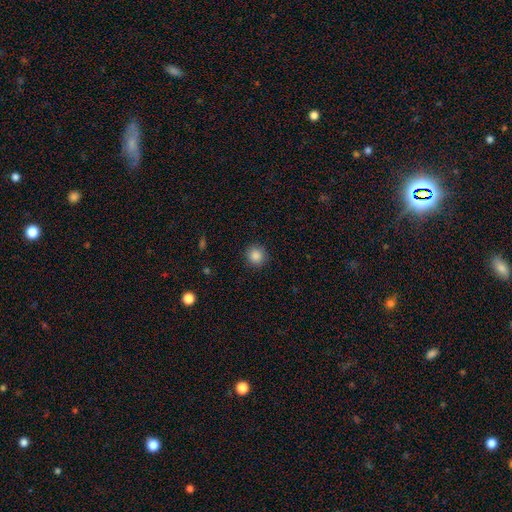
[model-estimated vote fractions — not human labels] Smooth or featured? smooth (87%)
How rounded? round (93%)
Merging? none (91%)